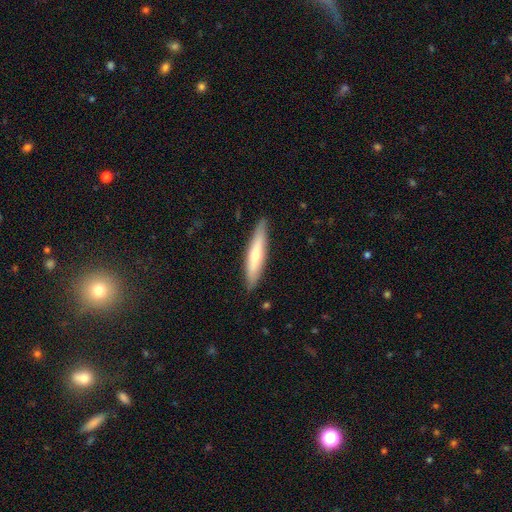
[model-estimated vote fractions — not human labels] smooth 55%, featured or disk 40%, star or artifact 5%. Down the decision tree: how rounded — cigar-shaped (84%); merging — none (88%).